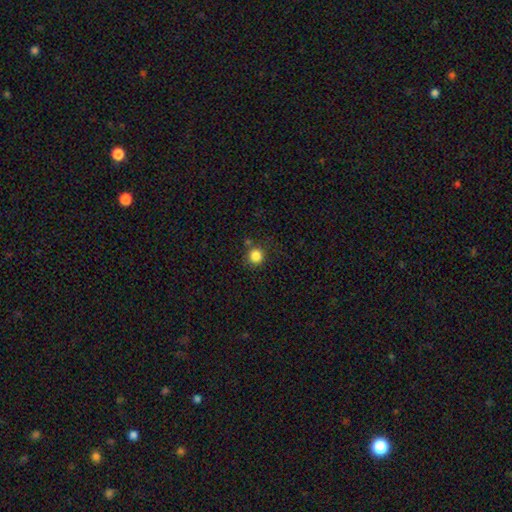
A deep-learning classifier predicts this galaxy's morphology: This appears to be a smooth galaxy with no disk features (85%) that is round (93%). Merging: none (79%).